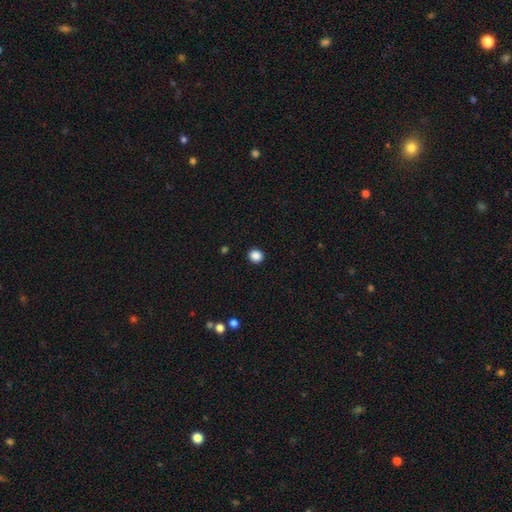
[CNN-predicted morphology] Smooth or featured?
  - smooth: 87% *
  - star or artifact: 10%
  - featured or disk: 3%
How rounded?
  - round: 81% *
  - in between: 18%
  - cigar-shaped: 1%
Merging?
  - none: 92% *
  - minor disturbance: 5%
  - major disturbance: 2%
  - merger: 1%